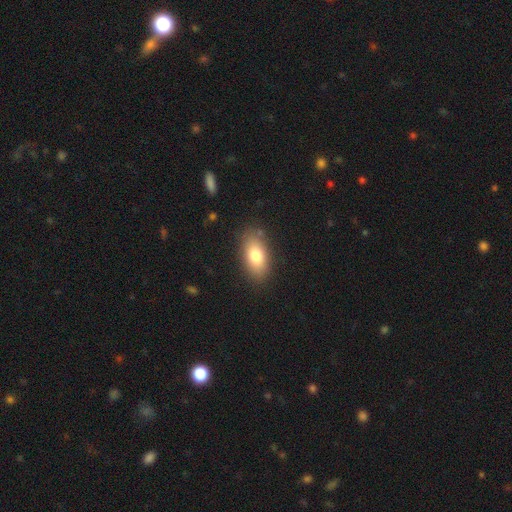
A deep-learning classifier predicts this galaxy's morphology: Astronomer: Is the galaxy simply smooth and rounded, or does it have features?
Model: smooth — 79%.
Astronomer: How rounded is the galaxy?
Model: in between — 90%.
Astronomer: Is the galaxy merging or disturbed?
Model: none — 84%.